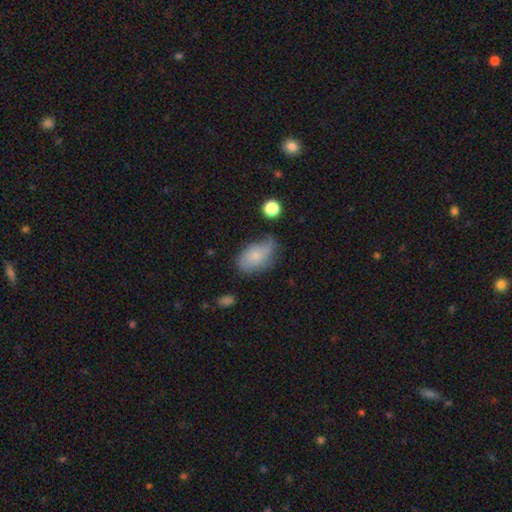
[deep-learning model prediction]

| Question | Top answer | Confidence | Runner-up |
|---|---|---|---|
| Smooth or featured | smooth | 62% | featured or disk (29%) |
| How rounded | in between | 88% | round (10%) |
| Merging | none | 45% | minor disturbance (36%) |